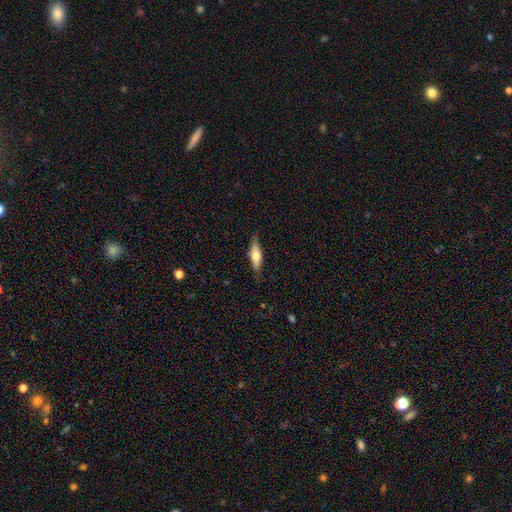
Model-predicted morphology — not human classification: The model was most divided on "smooth or featured": smooth: 54%, featured or disk: 40%, star or artifact: 6%. More confident: merging — none (81%); how rounded — cigar-shaped (57%).